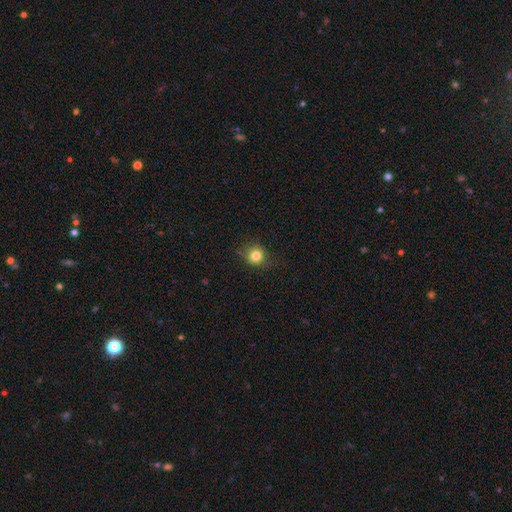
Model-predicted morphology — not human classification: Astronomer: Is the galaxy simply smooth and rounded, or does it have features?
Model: smooth — 80%.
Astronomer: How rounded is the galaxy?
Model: round — 87%.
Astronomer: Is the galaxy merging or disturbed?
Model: none — 80%.